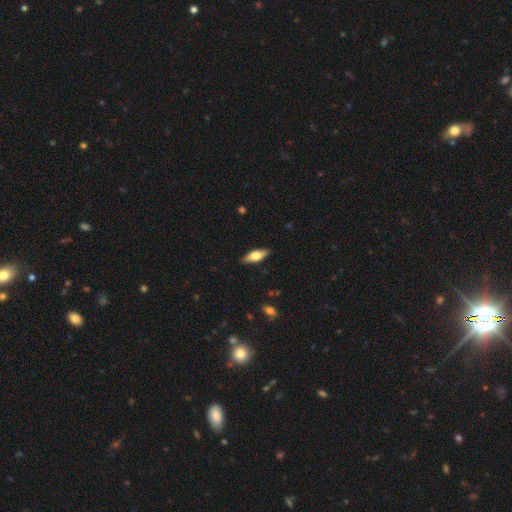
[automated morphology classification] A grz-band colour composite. It shows a smooth galaxy with no disk features (53%) that is in between round and cigar-shaped (65%). Merging: none (86%).